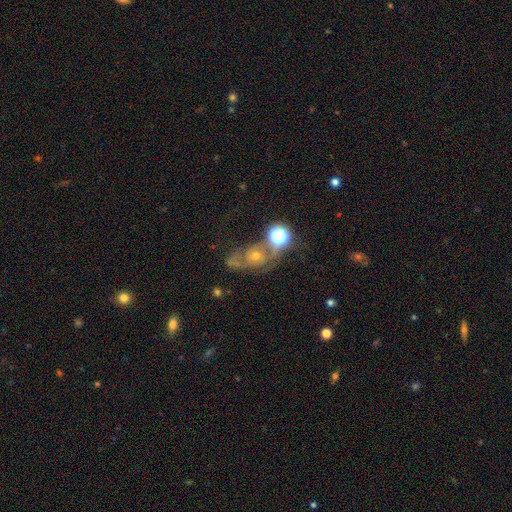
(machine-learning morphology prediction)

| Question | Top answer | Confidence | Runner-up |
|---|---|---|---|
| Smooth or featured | featured or disk | 46% | smooth (29%) |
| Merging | none | 39% | merger (22%) |